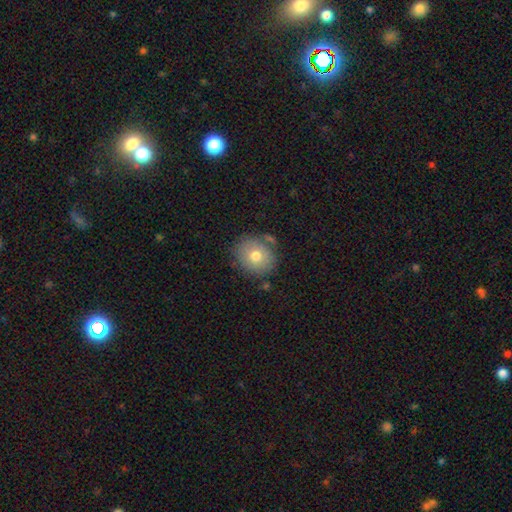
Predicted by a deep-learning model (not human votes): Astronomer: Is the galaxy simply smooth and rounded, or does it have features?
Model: smooth — 74%.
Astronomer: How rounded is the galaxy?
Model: round — 74%.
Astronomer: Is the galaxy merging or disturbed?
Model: none — 78%.